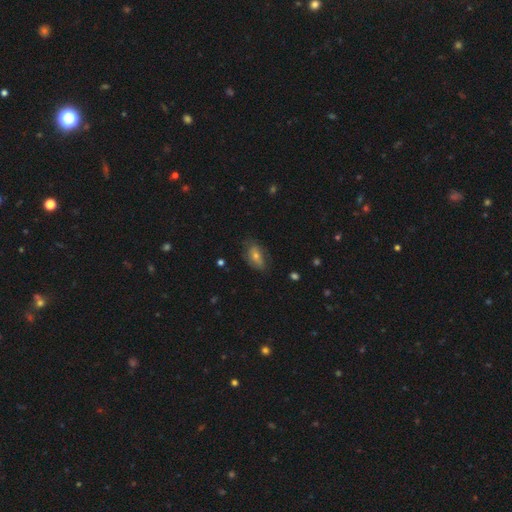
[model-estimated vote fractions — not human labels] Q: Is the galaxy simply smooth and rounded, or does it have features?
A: smooth — 51%.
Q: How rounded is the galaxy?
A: in between — 82%.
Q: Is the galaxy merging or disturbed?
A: none — 70%.